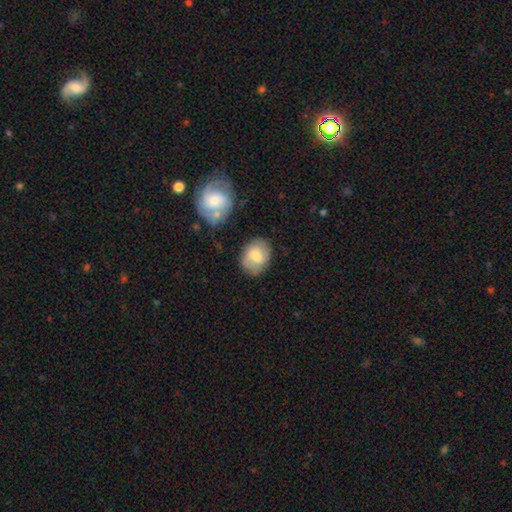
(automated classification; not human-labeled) smooth 74%, featured or disk 19%, star or artifact 7%. Down the decision tree: how rounded — in between (64%); merging — none (76%).